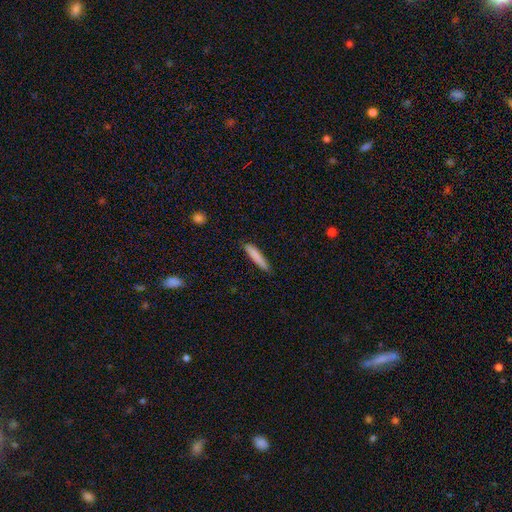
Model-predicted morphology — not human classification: Smooth or featured? smooth (83%)
How rounded? cigar-shaped (91%)
Merging? none (86%)